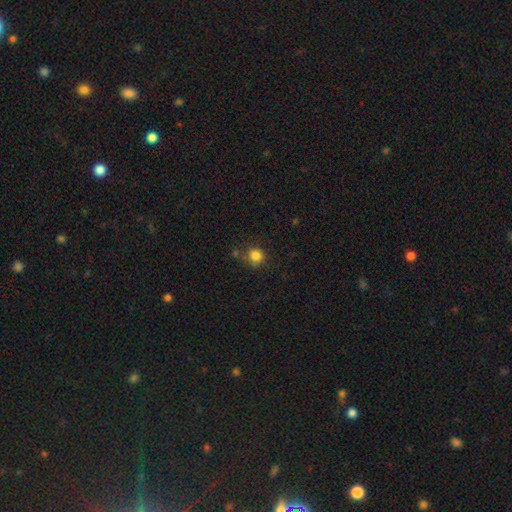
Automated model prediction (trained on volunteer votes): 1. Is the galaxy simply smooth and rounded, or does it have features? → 83% smooth, 12% star or artifact, 5% featured or disk.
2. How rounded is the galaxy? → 88% round, 11% in between, 1% cigar-shaped.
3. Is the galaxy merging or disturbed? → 69% none, 17% minor disturbance, 8% merger, 6% major disturbance.